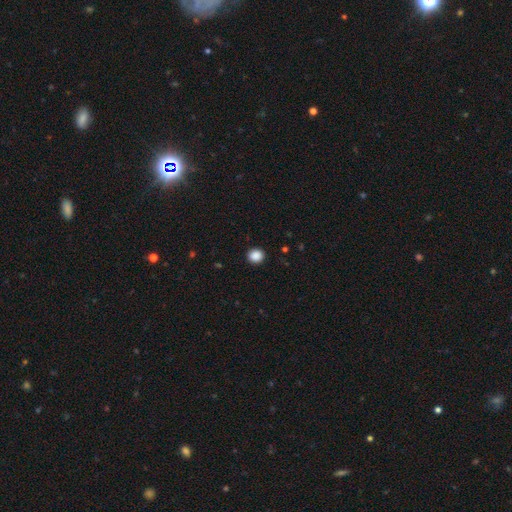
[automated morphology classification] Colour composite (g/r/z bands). It shows a smooth galaxy with no disk features (88%) that is round (86%). Merging: none (92%).